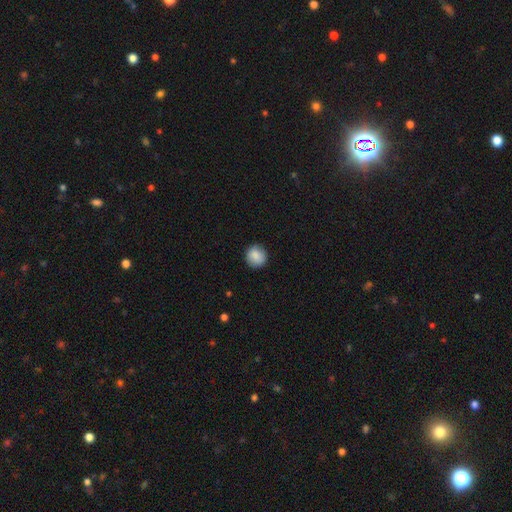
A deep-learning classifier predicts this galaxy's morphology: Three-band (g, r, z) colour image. It shows a smooth galaxy with no disk features (85%) that is round (91%). Merging: none (88%).